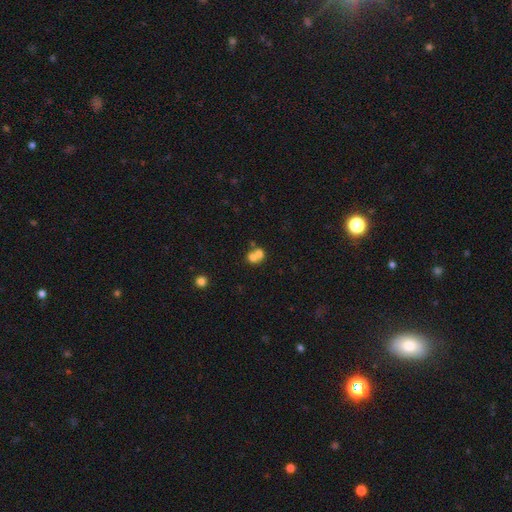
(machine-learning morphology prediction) smooth-or-featured: smooth: 66% | featured or disk: 22% | star or artifact: 12%
  how-rounded: round: 70% | in between: 29% | cigar-shaped: 1%
  merging: merger: 66% | none: 26% | minor disturbance: 5% | major disturbance: 3%